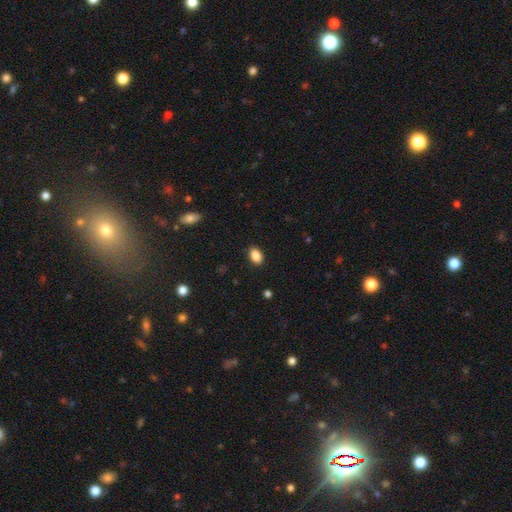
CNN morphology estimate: type=smooth (88%); roundness=in between (87%); merging=none (89%).